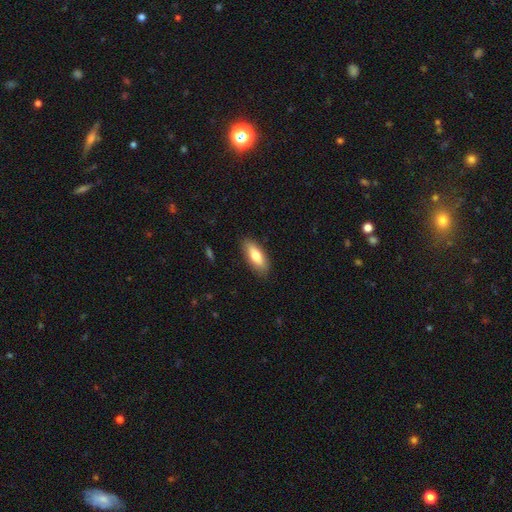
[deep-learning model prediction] Smooth or featured?
  - smooth: 74% *
  - featured or disk: 20%
  - star or artifact: 6%
How rounded?
  - in between: 70% *
  - cigar-shaped: 27%
  - round: 2%
Merging?
  - none: 87% *
  - minor disturbance: 10%
  - major disturbance: 2%
  - merger: 1%